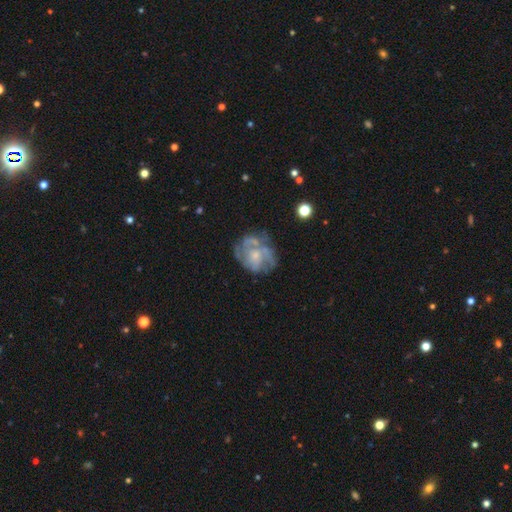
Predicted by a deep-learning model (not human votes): A featured or disk galaxy (75%) with no bar (74%), tight (42%) spiral arms (71%) and a small central bulge (46%).

Vote fractions:
- Smooth or featured? featured or disk: 75% / smooth: 18% / star or artifact: 7%
- Edge-on disk? no: 98% / yes: 2%
- Bar? no: 74% / weak: 22% / strong: 4%
- Spiral arms? yes: 71% / no: 29%
- Spiral winding? tight: 42% / medium: 40% / loose: 18%
- Spiral arm count? can't tell: 40% / 3: 22% / 2: 20% / 4: 9% / 1: 5% / more than 4: 4%
- Bulge size? small: 46% / moderate: 38% / none: 11% / large: 4% / dominant: 1%
- Merging? none: 55% / minor disturbance: 23% / major disturbance: 18% / merger: 5%